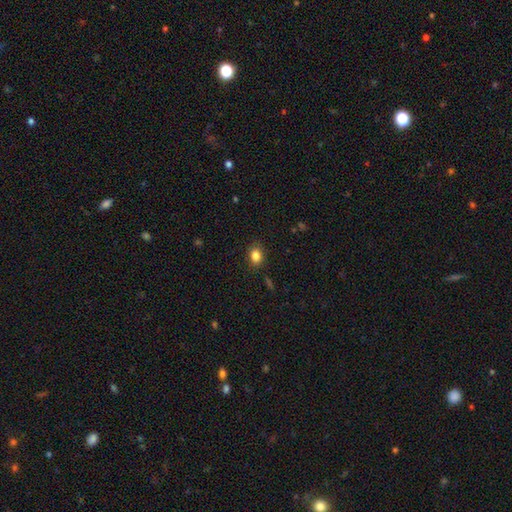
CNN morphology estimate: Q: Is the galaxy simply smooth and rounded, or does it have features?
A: smooth — 84%.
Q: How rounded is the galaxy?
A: in between — 64%.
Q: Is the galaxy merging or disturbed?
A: none — 86%.